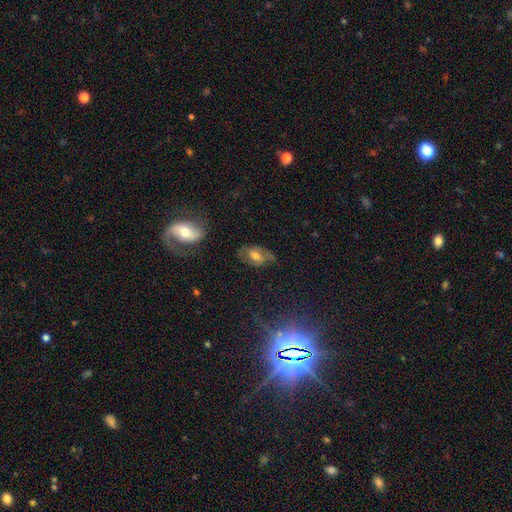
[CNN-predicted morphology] Smooth or featured? featured or disk (47%)
Merging? none (65%)